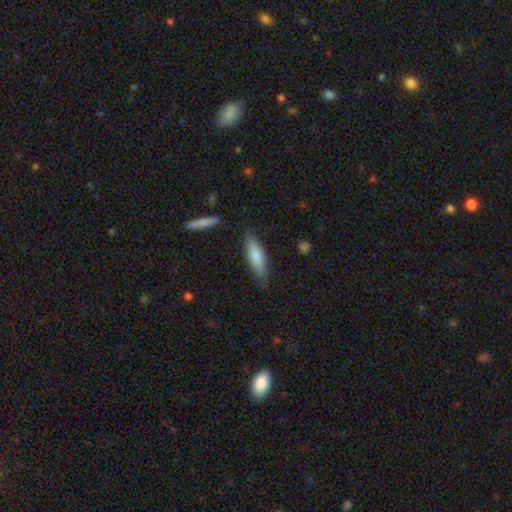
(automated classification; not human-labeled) Smooth or featured: smooth — 80% (featured or disk — 14%)
How rounded: cigar-shaped — 52% (in between — 46%)
Merging: none — 80% (minor disturbance — 15%)